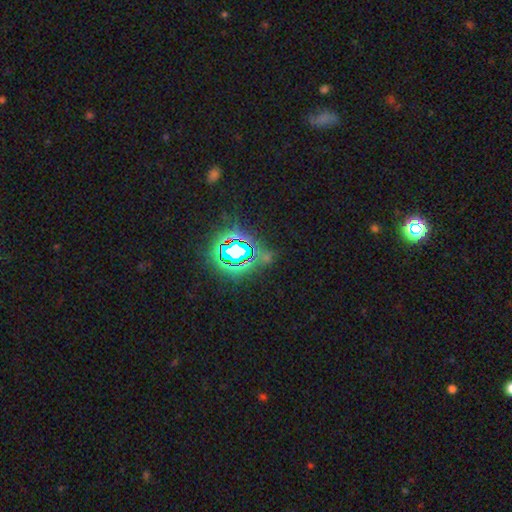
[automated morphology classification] smooth-or-featured: star or artifact: 81% | smooth: 12% | featured or disk: 7%